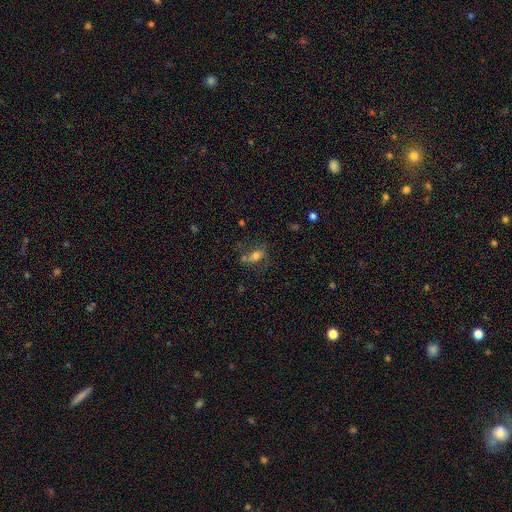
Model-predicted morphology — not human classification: smooth_or_featured: smooth (p=0.59) [alt: featured or disk p=0.28]
how_rounded: in between (p=0.74) [alt: round p=0.19]
merging: none (p=0.50) [alt: minor disturbance p=0.19]